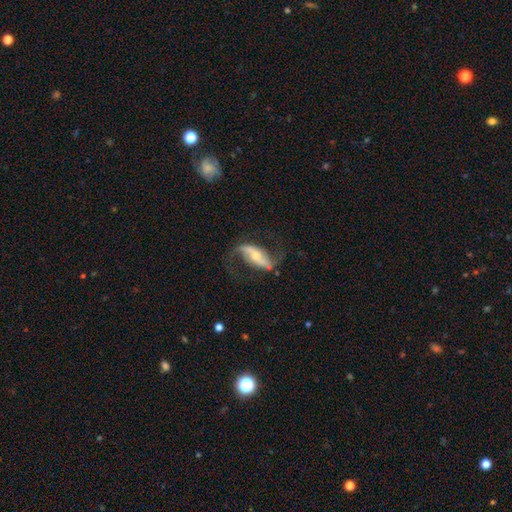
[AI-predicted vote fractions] Smooth or featured? featured or disk (83%)
Edge-on disk? no (90%)
Bar? strong (47%)
Spiral arms? yes (93%)
Spiral winding? loose (74%)
Spiral arm count? 2 (90%)
Bulge size? moderate (48%)
Merging? none (67%)